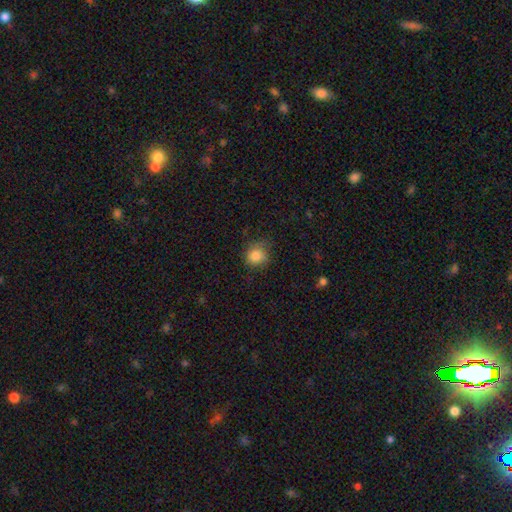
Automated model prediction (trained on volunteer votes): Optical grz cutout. It shows a smooth galaxy with no disk features (85%) that is round (81%). Merging: none (71%).